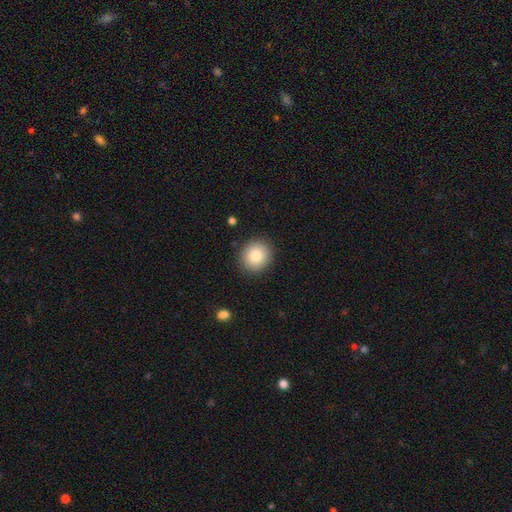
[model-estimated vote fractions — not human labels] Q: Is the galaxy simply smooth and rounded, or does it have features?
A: smooth — 85%.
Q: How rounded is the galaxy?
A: round — 84%.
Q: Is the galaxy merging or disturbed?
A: none — 90%.